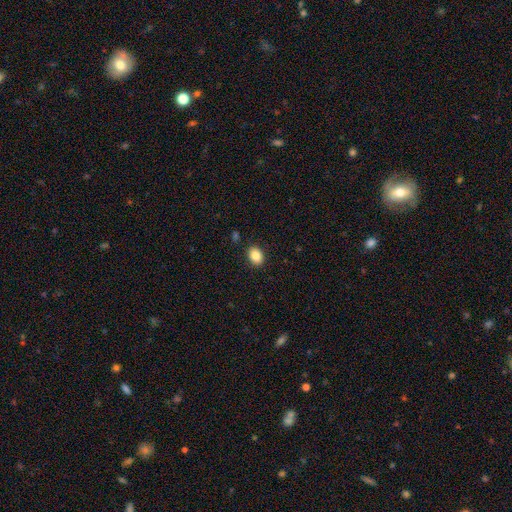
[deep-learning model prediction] Morphology: type=smooth (86%); roundness=in between (67%); merging=none (89%).